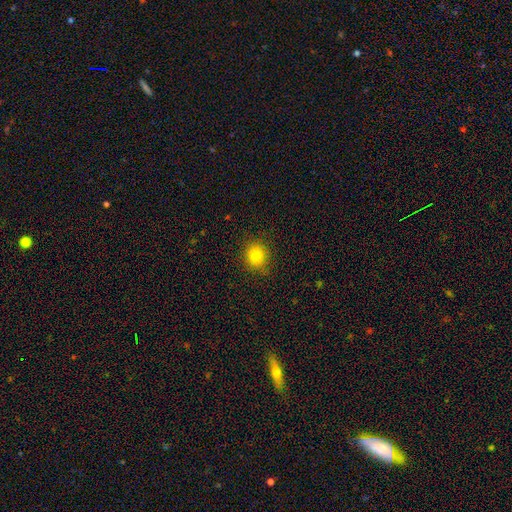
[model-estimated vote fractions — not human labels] smooth-or-featured: smooth: 82% | star or artifact: 12% | featured or disk: 6%
  how-rounded: round: 79% | in between: 20% | cigar-shaped: 1%
  merging: none: 86% | minor disturbance: 10% | major disturbance: 3% | merger: 1%